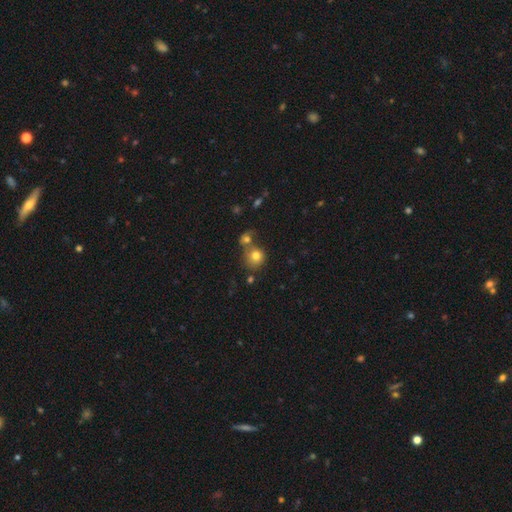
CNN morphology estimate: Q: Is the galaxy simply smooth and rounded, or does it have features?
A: smooth — 76%.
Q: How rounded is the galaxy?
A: round — 79%.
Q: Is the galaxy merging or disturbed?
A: merger — 46%.